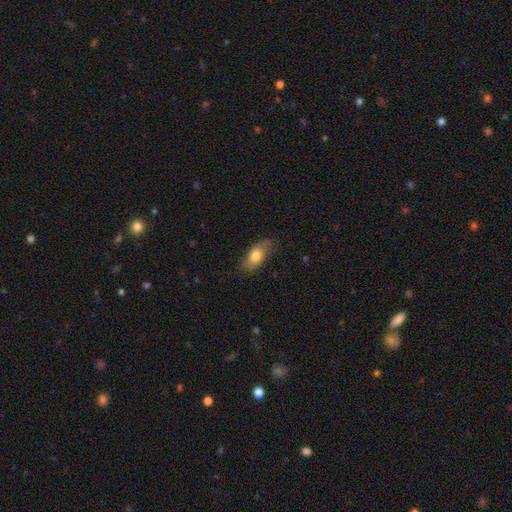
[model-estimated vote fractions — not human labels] The model was most divided on "merging": none: 74%, minor disturbance: 21%, major disturbance: 5%, merger: 1%. More confident: how rounded — in between (82%); smooth or featured — smooth (74%).